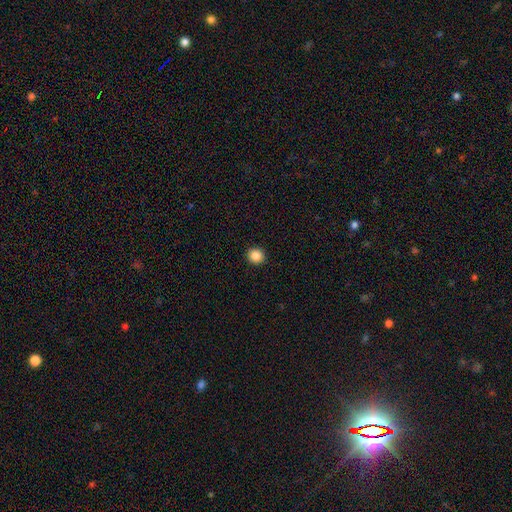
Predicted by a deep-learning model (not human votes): A smooth galaxy with no disk features (87%) that is round (89%). Merging: none (93%).